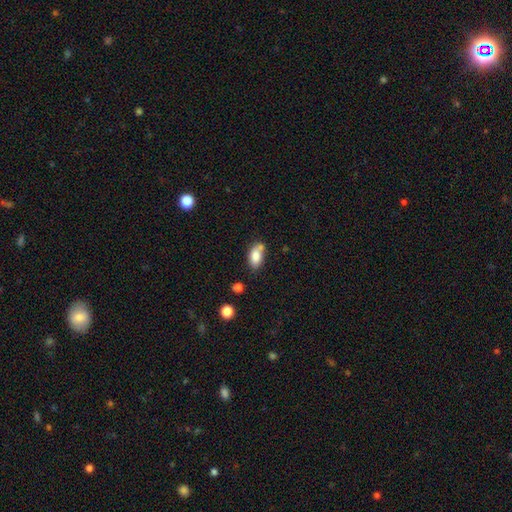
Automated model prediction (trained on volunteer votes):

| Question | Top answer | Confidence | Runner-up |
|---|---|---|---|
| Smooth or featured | smooth | 81% | featured or disk (10%) |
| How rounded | in between | 90% | round (6%) |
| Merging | none | 51% | minor disturbance (22%) |